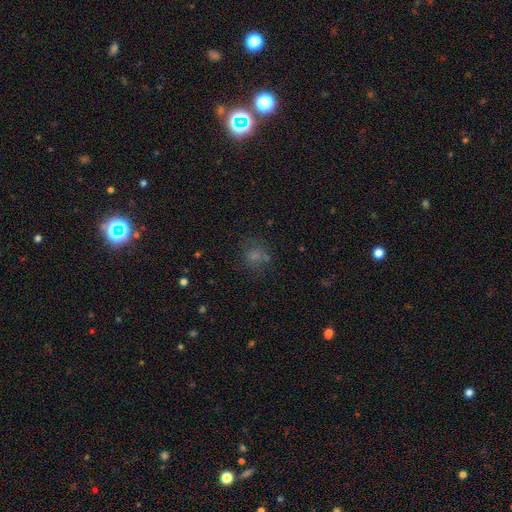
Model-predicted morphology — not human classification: smooth_or_featured: smooth (p=0.69) [alt: star or artifact p=0.20]
how_rounded: round (p=0.77) [alt: in between p=0.22]
merging: none (p=0.66) [alt: minor disturbance p=0.16]